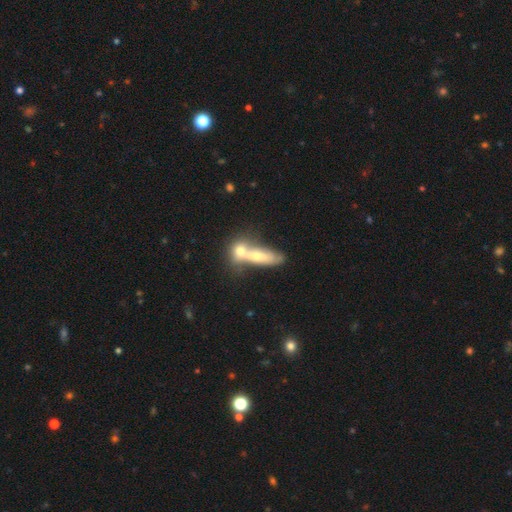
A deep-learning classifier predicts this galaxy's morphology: A smooth galaxy with no disk features (61%) that is in between round and cigar-shaped (47%). Merging: merger (63%).